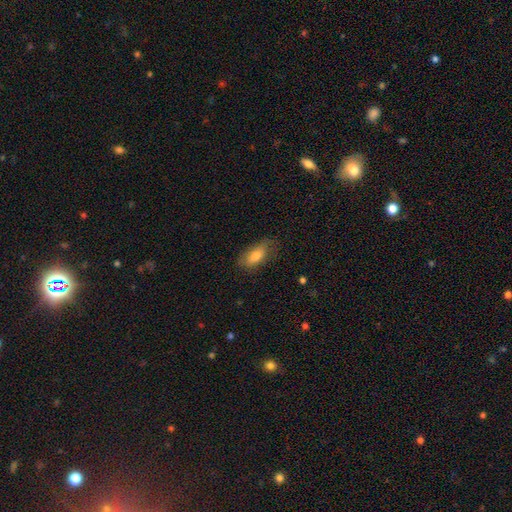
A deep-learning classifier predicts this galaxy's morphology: This is likely a smooth galaxy (75%). How rounded: clearly in between (82%). Merging: likely none (68%).